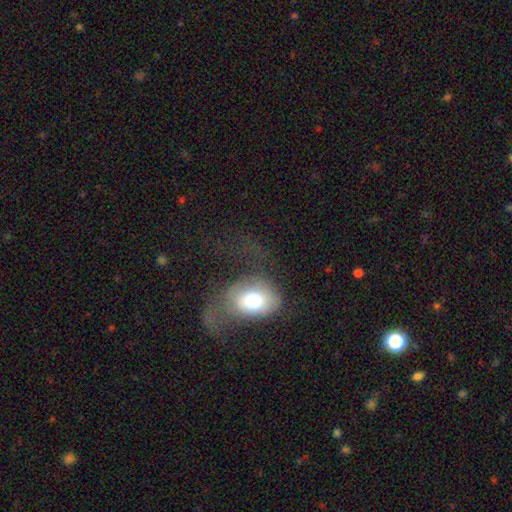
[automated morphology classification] A featured or disk galaxy (48%).

Vote fractions:
- Smooth or featured? featured or disk: 48% / smooth: 39% / star or artifact: 13%
- Merging? major disturbance: 48% / none: 31% / minor disturbance: 16% / merger: 4%